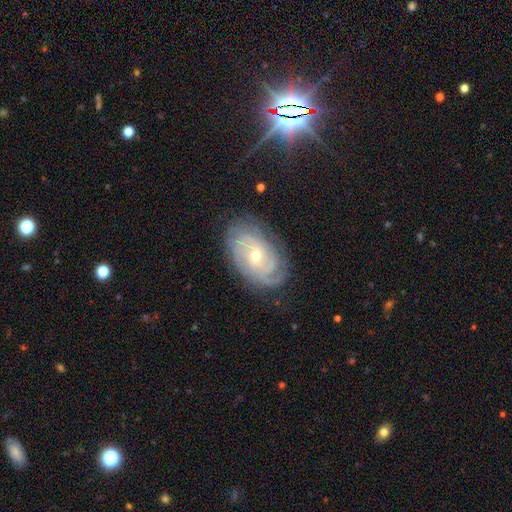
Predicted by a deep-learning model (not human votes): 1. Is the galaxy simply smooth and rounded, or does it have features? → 84% featured or disk, 9% smooth, 7% star or artifact.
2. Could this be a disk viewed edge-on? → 96% no, 4% yes.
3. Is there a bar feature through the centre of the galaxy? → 58% no, 34% weak, 8% strong.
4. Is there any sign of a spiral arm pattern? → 96% yes, 4% no.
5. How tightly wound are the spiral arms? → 74% tight, 21% medium, 5% loose.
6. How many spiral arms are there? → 35% can't tell, 20% 3, 17% 2, 15% 4, 7% more than 4, 6% 1.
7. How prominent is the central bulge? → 53% small, 44% moderate, 1% large, 1% none, 1% dominant.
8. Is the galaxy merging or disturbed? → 77% none, 16% minor disturbance, 5% major disturbance, 1% merger.